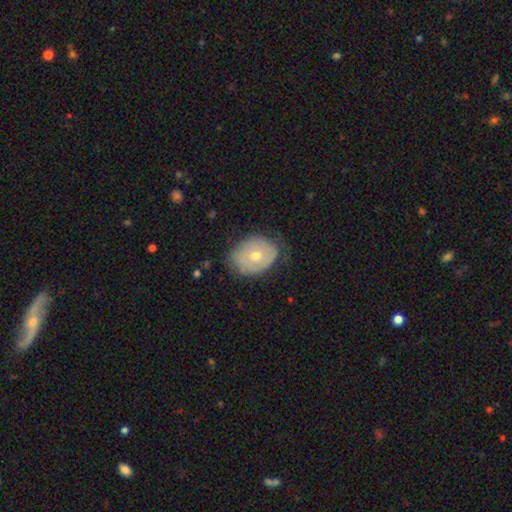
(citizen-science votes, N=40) A smooth galaxy with no disk features (52%) that is in between round and cigar-shaped (67%).

Vote fractions:
- Smooth or featured? smooth: 52% / featured or disk: 38% / star or artifact: 10%
- How rounded? in between: 67% / round: 33% / cigar-shaped: 0%
- Merging? none: 72% / minor disturbance: 22% / major disturbance: 3% / merger: 3%